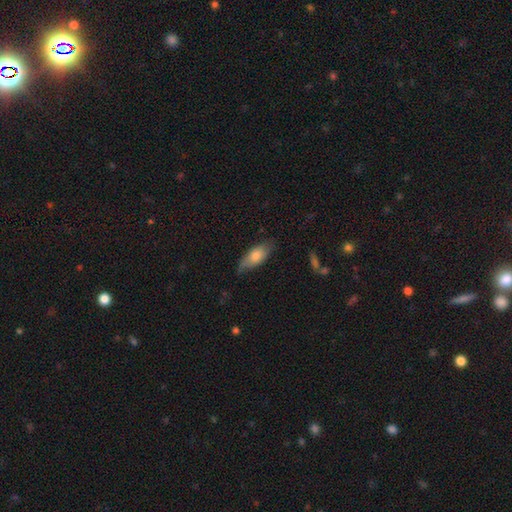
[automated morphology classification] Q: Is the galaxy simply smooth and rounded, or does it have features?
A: smooth — 72%.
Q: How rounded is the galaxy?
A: in between — 79%.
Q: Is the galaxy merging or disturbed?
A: none — 64%.